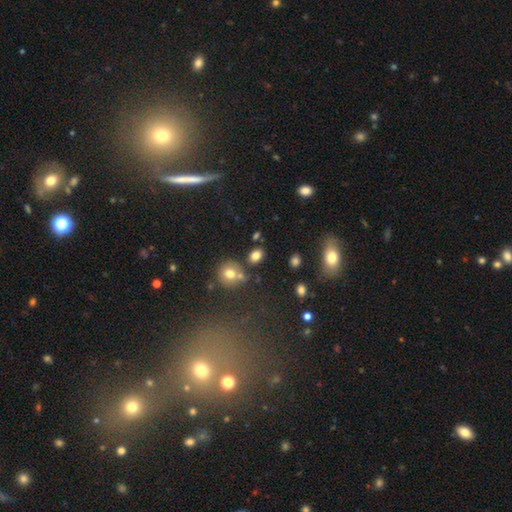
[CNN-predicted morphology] smooth 79%, star or artifact 13%, featured or disk 8%. Down the decision tree: how rounded — in between (68%); merging — none (74%).